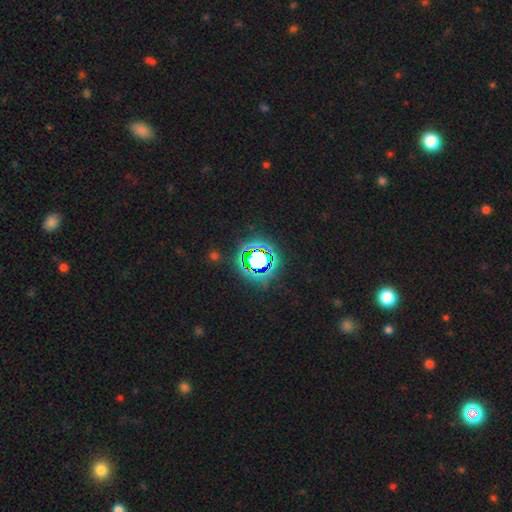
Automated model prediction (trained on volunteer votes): smooth_or_featured: star or artifact (p=0.72) [alt: smooth p=0.17]